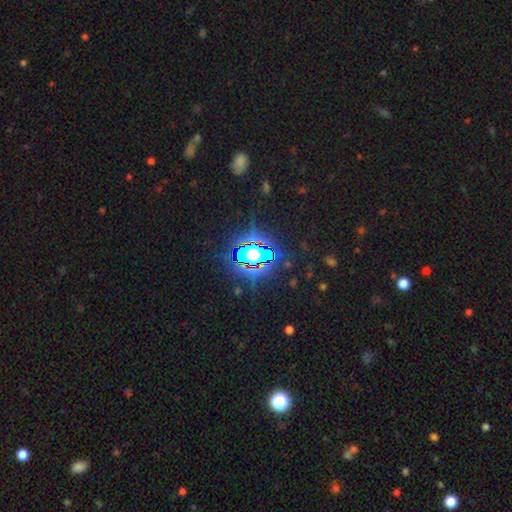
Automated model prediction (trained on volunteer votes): Smooth or featured?
  - star or artifact: 78% *
  - smooth: 13%
  - featured or disk: 9%